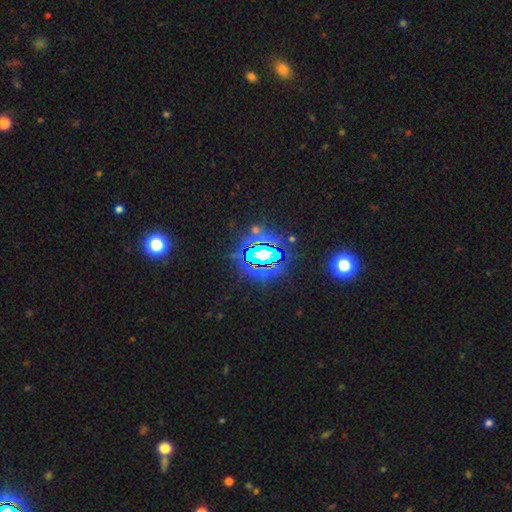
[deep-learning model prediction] The model was most divided on "smooth or featured": star or artifact: 76%, smooth: 13%, featured or disk: 11%.